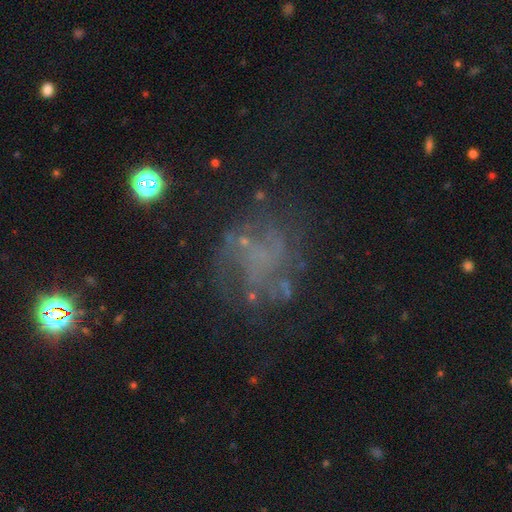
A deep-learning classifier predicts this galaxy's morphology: This is possibly a featured or disk galaxy (59%). It is clearly not viewed edge-on (98%). Bar: clearly no (83%). Spiral arm pattern: possibly no (51%). Central bulge: likely none (74%). Merging: likely none (61%).